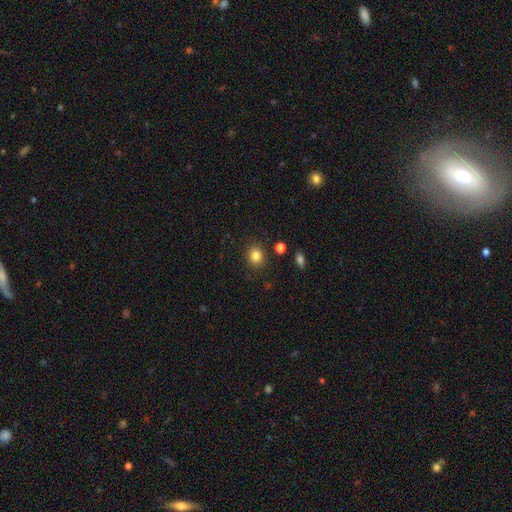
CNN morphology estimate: Q: Smooth or featured?
A: smooth (83%); runner-up: star or artifact (11%)
Q: How rounded?
A: round (75%); runner-up: in between (25%)
Q: Merging?
A: none (87%); runner-up: minor disturbance (8%)